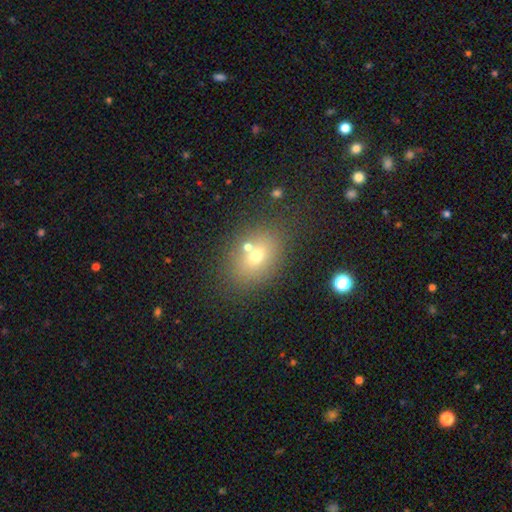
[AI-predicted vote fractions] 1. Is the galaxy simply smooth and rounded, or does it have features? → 65% smooth, 18% featured or disk, 16% star or artifact.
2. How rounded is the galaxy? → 63% in between, 36% round, 1% cigar-shaped.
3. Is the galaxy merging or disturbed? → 65% none, 18% merger, 12% minor disturbance, 5% major disturbance.